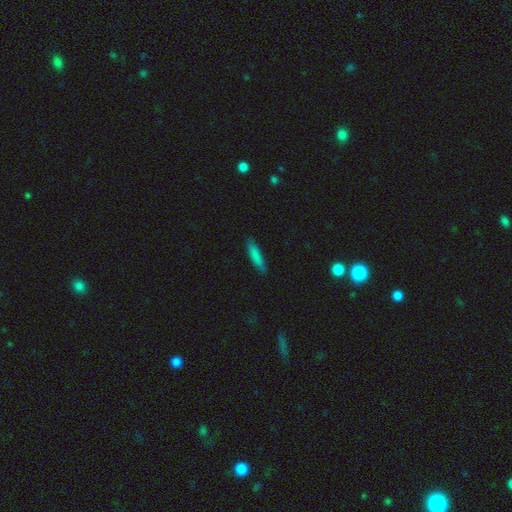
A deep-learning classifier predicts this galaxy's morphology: The model was most divided on "how rounded": cigar-shaped: 82%, in between: 17%, round: 1%. More confident: merging — none (87%); smooth or featured — smooth (83%).